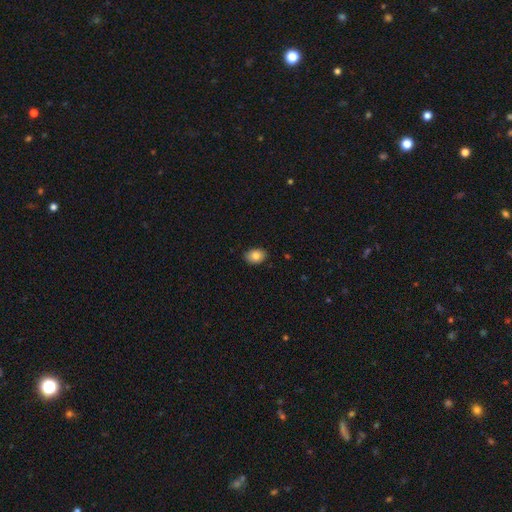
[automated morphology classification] A smooth galaxy with no disk features (83%) that is in between round and cigar-shaped (74%).

Vote fractions:
- Smooth or featured? smooth: 83% / star or artifact: 8% / featured or disk: 8%
- How rounded? in between: 74% / round: 25% / cigar-shaped: 1%
- Merging? none: 88% / minor disturbance: 10% / major disturbance: 2% / merger: 1%